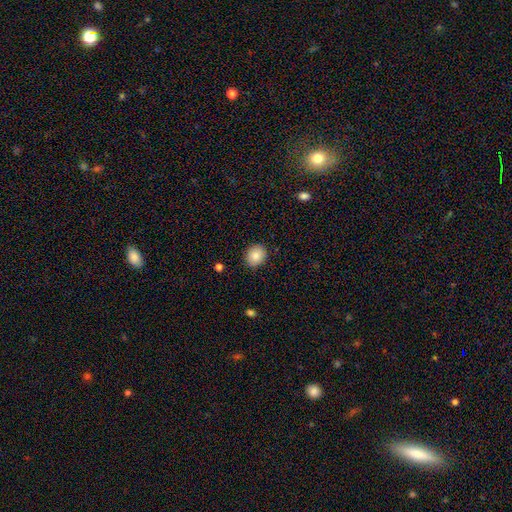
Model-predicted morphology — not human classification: Smooth or featured? Predicted: smooth (p=0.86). How rounded? Predicted: round (p=0.62). Merging? Predicted: none (p=0.87).